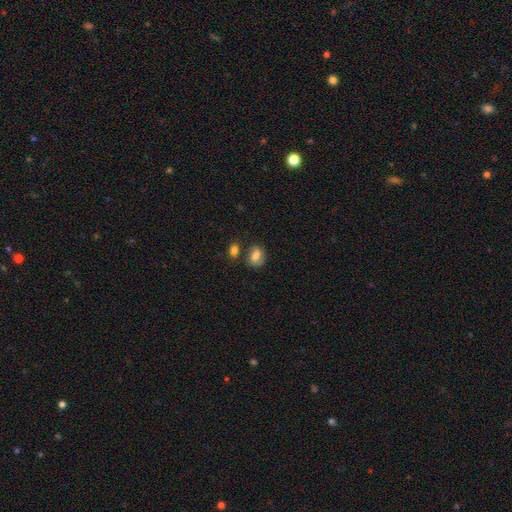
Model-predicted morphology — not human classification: Smooth or featured?
  - smooth: 73% *
  - featured or disk: 17%
  - star or artifact: 10%
How rounded?
  - in between: 67% *
  - round: 31%
  - cigar-shaped: 2%
Merging?
  - none: 53% *
  - minor disturbance: 22%
  - merger: 17%
  - major disturbance: 8%